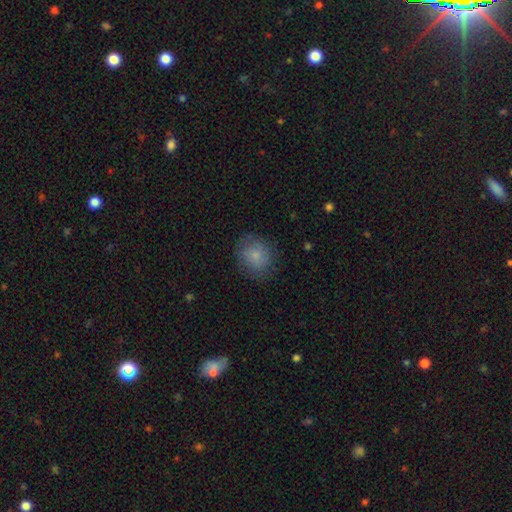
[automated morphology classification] The model was most divided on "how rounded": round: 73%, in between: 26%, cigar-shaped: 1%. More confident: smooth or featured — smooth (80%); merging — none (78%).